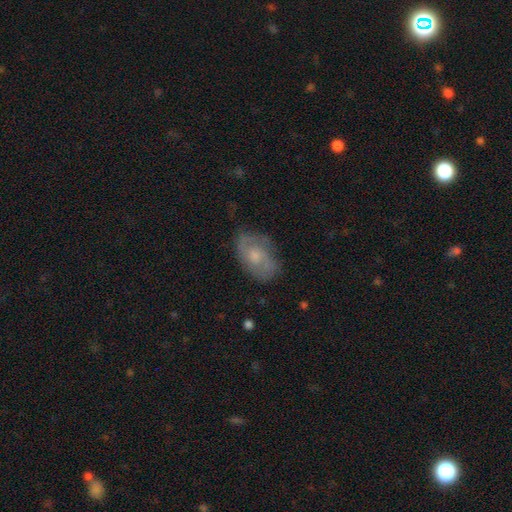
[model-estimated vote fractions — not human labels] Smooth or featured: featured or disk — 57% (smooth — 35%)
Edge-on disk: no — 95% (yes — 5%)
Bar: no — 72% (weak — 25%)
Spiral arms: yes — 80% (no — 20%)
Bulge size: moderate — 49% (small — 35%)
Merging: none — 70% (minor disturbance — 21%)